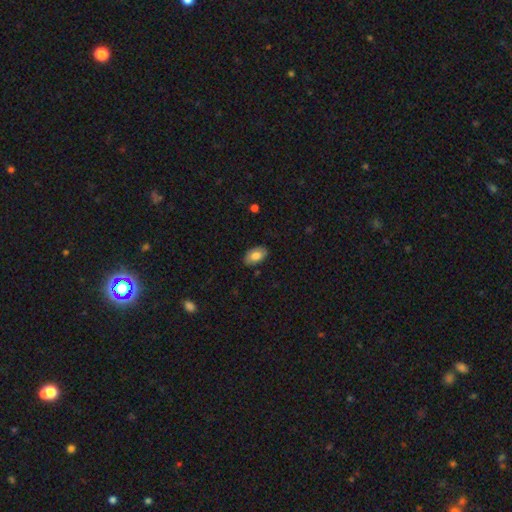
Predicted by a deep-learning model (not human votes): Smooth or featured: smooth — 80% (featured or disk — 14%)
How rounded: in between — 94% (round — 5%)
Merging: none — 85% (minor disturbance — 11%)